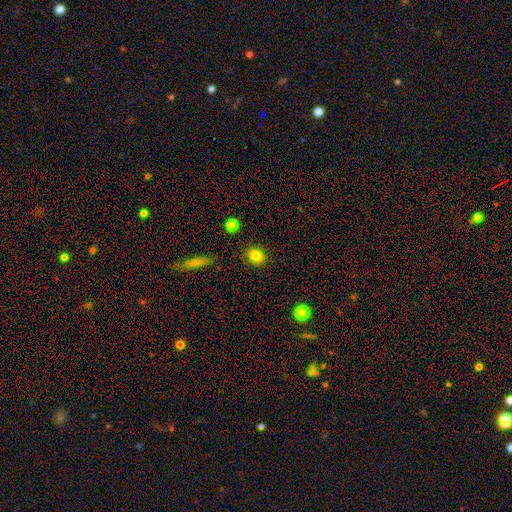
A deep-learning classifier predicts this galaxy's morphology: Q: Smooth or featured?
A: smooth (82%); runner-up: star or artifact (11%)
Q: How rounded?
A: round (70%); runner-up: in between (28%)
Q: Merging?
A: none (89%); runner-up: minor disturbance (7%)